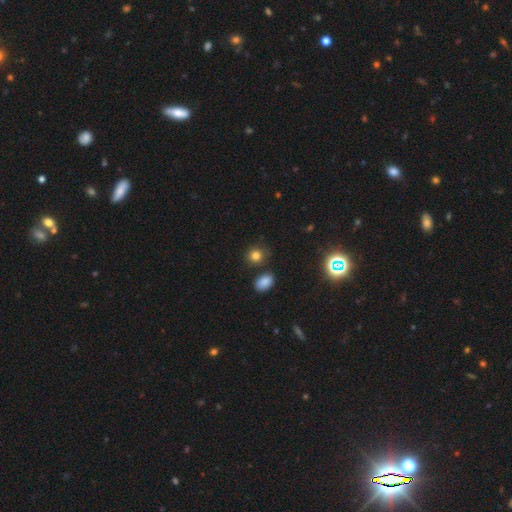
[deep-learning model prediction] Overall: smooth (81%). How rounded: round (77%). Merging: none (78%).